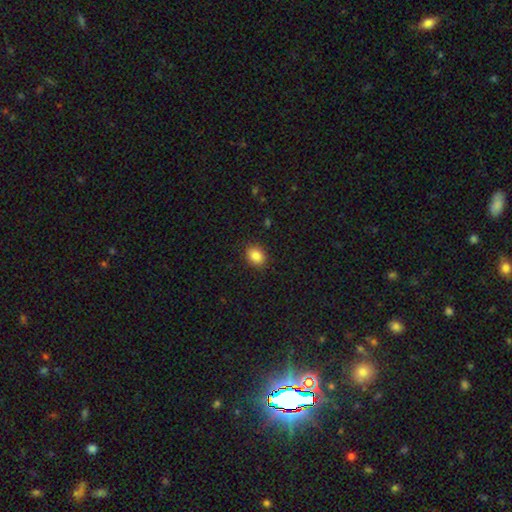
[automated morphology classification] A smooth galaxy with no disk features (86%) that is in between round and cigar-shaped (57%). Merging: none (87%).